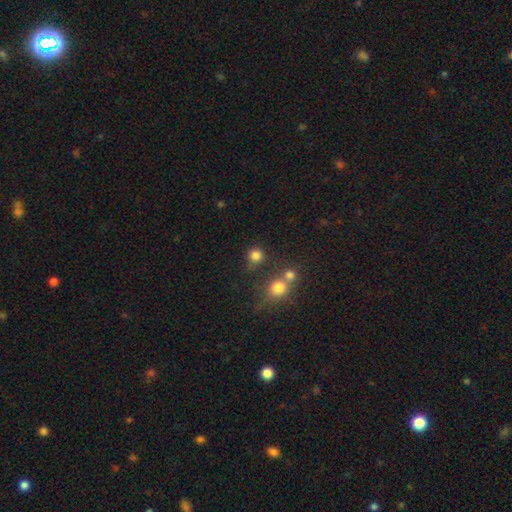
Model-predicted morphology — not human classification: A smooth galaxy with no disk features (81%) that is round (91%).

Vote fractions:
- Smooth or featured? smooth: 81% / star or artifact: 14% / featured or disk: 5%
- How rounded? round: 91% / in between: 8% / cigar-shaped: 1%
- Merging? none: 70% / merger: 15% / minor disturbance: 10% / major disturbance: 5%